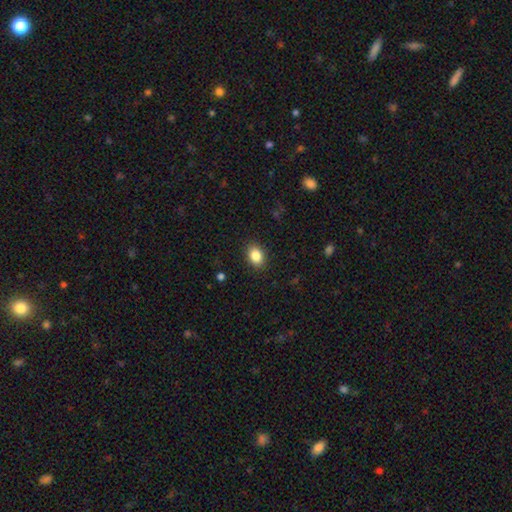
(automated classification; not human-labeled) A smooth galaxy with no disk features (86%) that is in between round and cigar-shaped (76%). Merging: none (89%).